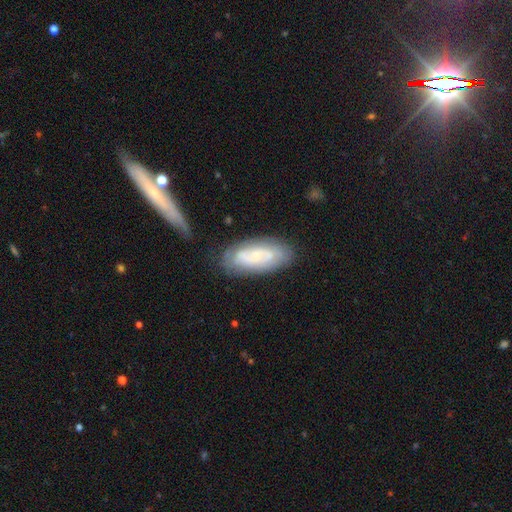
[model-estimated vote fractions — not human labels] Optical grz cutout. It shows a featured or disk galaxy (50%). Merging: none (66%).